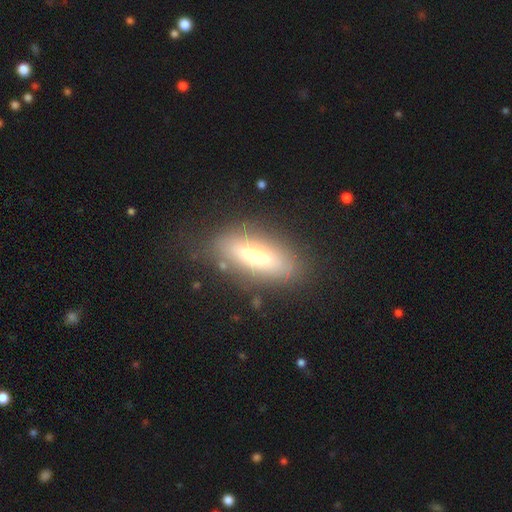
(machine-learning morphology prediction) The model was most divided on "smooth or featured": smooth: 55%, featured or disk: 35%, star or artifact: 10%. More confident: merging — none (79%); how rounded — in between (69%).